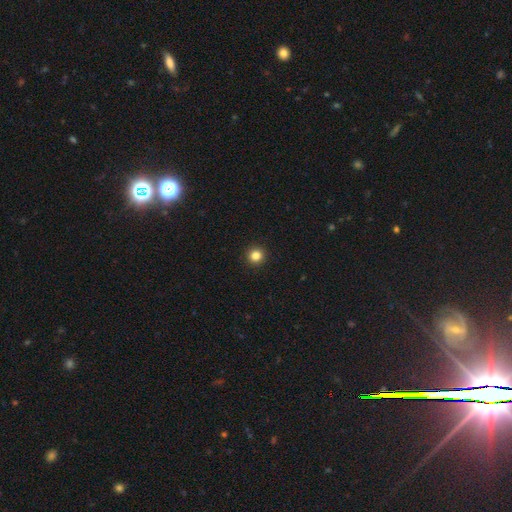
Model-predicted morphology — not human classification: This appears to be a smooth galaxy with no disk features (83%) that is round (96%). Merging: none (94%).